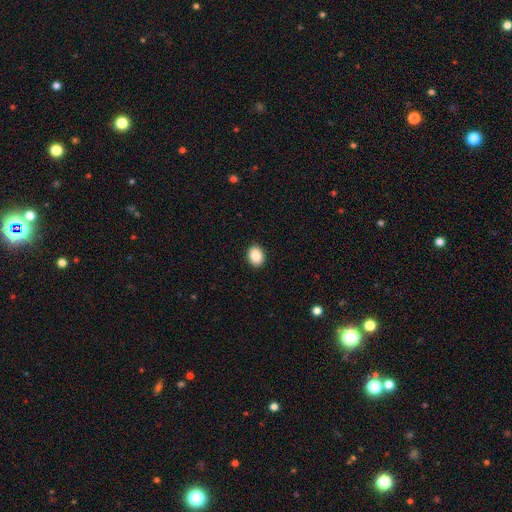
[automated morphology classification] The model was most divided on "how rounded": in between: 60%, round: 39%, cigar-shaped: 1%. More confident: merging — none (92%); smooth or featured — smooth (88%).